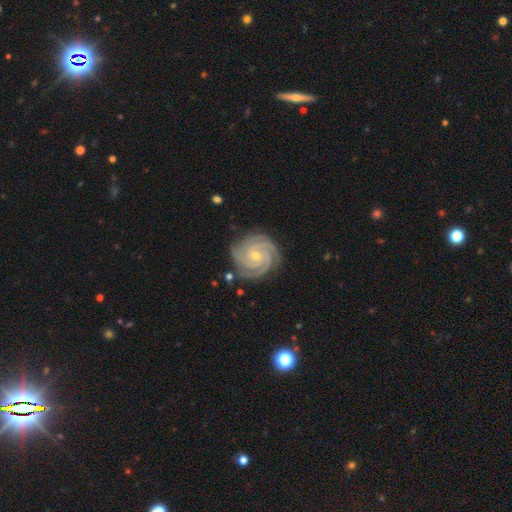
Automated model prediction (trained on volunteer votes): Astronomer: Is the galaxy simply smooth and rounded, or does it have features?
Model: featured or disk — 93%.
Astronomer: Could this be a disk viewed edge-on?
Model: no — 98%.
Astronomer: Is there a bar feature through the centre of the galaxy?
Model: no — 65%.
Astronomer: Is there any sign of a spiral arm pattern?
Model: yes — 99%.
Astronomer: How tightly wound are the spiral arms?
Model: tight — 83%.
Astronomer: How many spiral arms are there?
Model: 3 — 42% (runner-up: 4, 33%).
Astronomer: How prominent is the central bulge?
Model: small — 63%.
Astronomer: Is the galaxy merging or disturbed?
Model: none — 82%.